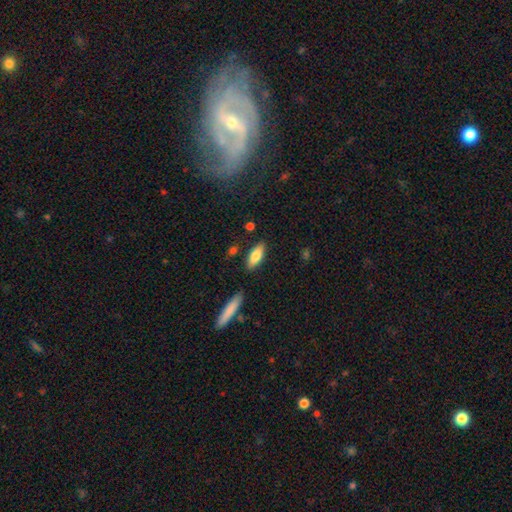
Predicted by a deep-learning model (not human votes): Smooth or featured? Predicted: smooth (p=0.77). How rounded? Predicted: in between (p=0.68). Merging? Predicted: none (p=0.82).